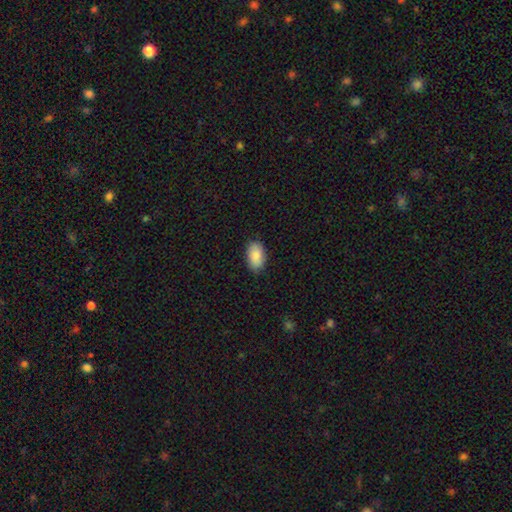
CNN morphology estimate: smooth-or-featured: smooth: 88% | star or artifact: 6% | featured or disk: 6%
  how-rounded: in between: 93% | round: 5% | cigar-shaped: 2%
  merging: none: 86% | minor disturbance: 11% | major disturbance: 2% | merger: 1%